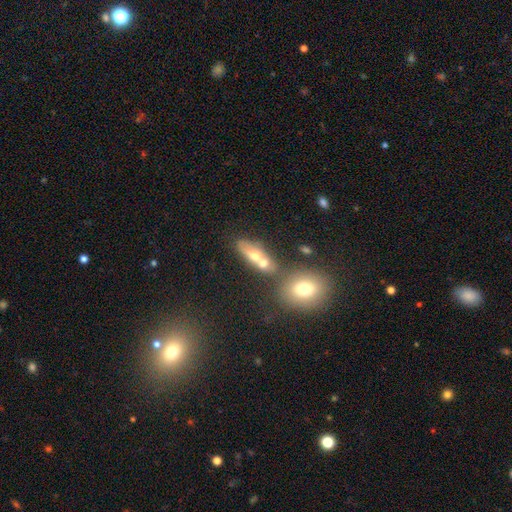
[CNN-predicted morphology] smooth 56%, featured or disk 32%, star or artifact 12%. Down the decision tree: how rounded — in between (61%); merging — merger (42%).